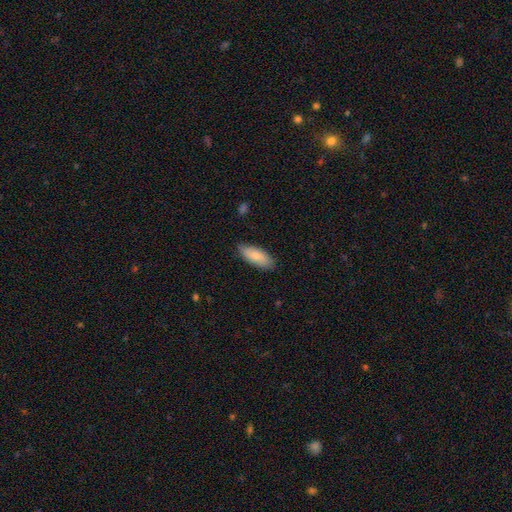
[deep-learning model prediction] Smooth or featured: smooth — 79% (featured or disk — 15%)
How rounded: in between — 79% (cigar-shaped — 19%)
Merging: none — 82% (minor disturbance — 15%)